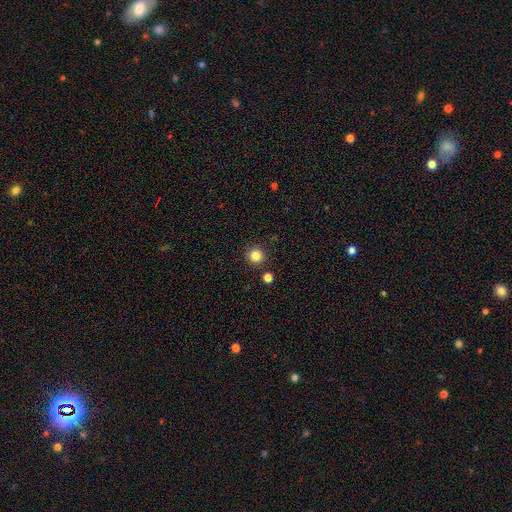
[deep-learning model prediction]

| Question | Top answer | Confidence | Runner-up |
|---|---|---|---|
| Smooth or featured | smooth | 84% | star or artifact (12%) |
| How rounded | round | 95% | in between (4%) |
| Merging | none | 89% | minor disturbance (5%) |